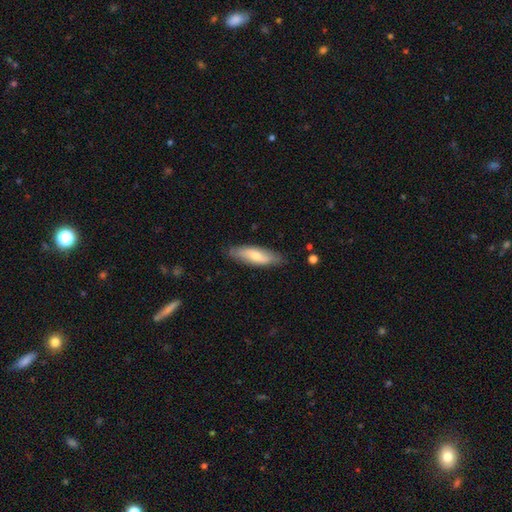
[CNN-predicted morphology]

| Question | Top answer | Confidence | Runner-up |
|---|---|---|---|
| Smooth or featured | smooth | 66% | featured or disk (29%) |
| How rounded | in between | 52% | cigar-shaped (46%) |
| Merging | none | 83% | minor disturbance (13%) |